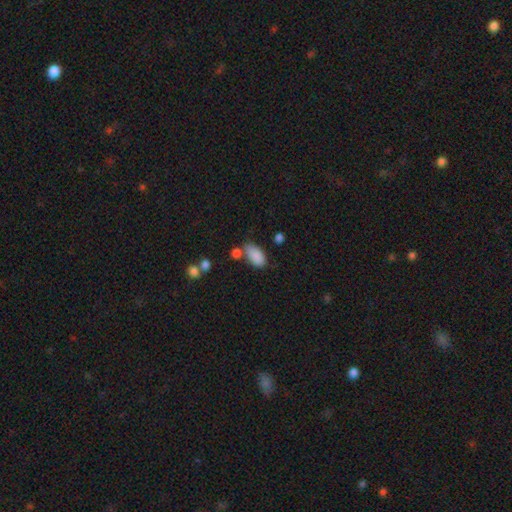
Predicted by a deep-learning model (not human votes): Overall: smooth (86%). How rounded: in between (93%). Merging: none (58%; minor disturbance 21%).